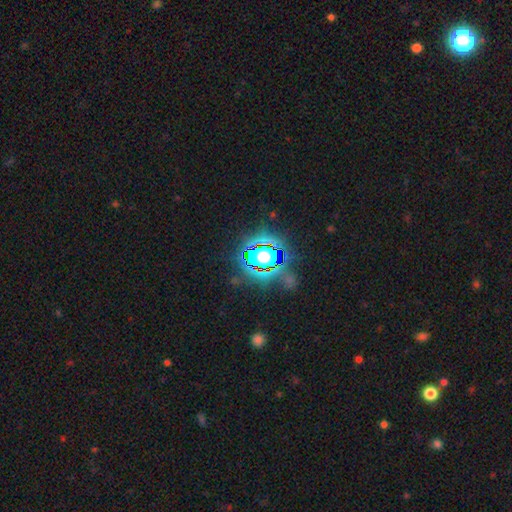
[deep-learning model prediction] Smooth or featured? Predicted: star or artifact (p=0.84).